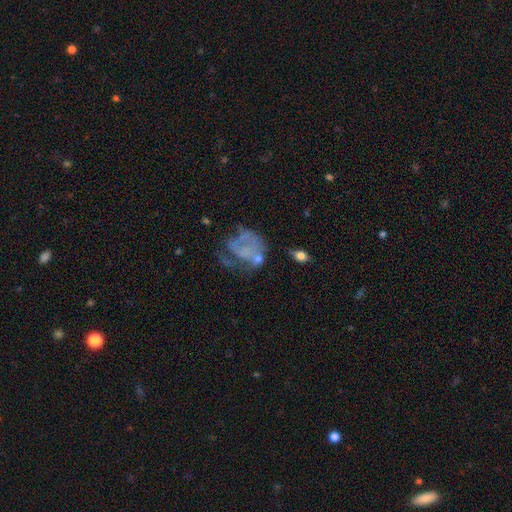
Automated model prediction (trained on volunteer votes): featured or disk 51%, smooth 38%, star or artifact 12%. Down the decision tree: edge-on disk — no (97%); merging — major disturbance (41%).